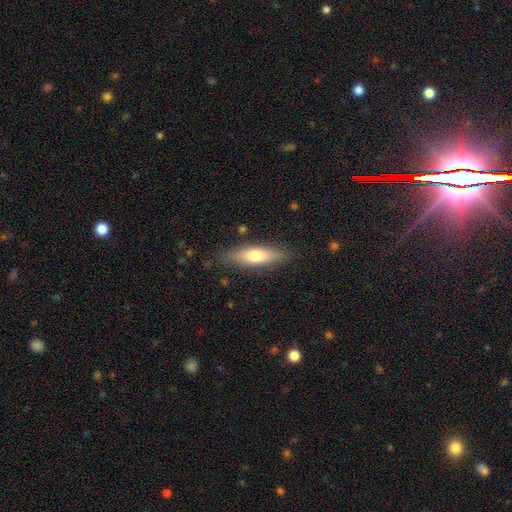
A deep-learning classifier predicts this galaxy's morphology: Smooth or featured?
  - smooth: 67% *
  - featured or disk: 27%
  - star or artifact: 6%
How rounded?
  - cigar-shaped: 58% *
  - in between: 41%
  - round: 2%
Merging?
  - none: 83% *
  - minor disturbance: 13%
  - major disturbance: 3%
  - merger: 1%